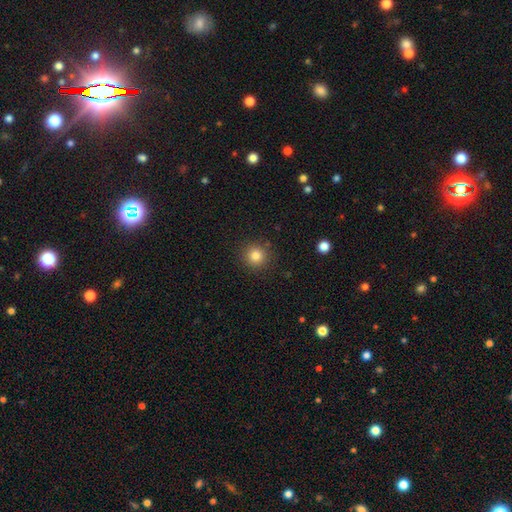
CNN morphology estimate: Smooth or featured: smooth — 82% (star or artifact — 12%)
How rounded: round — 93% (in between — 6%)
Merging: none — 89% (minor disturbance — 7%)